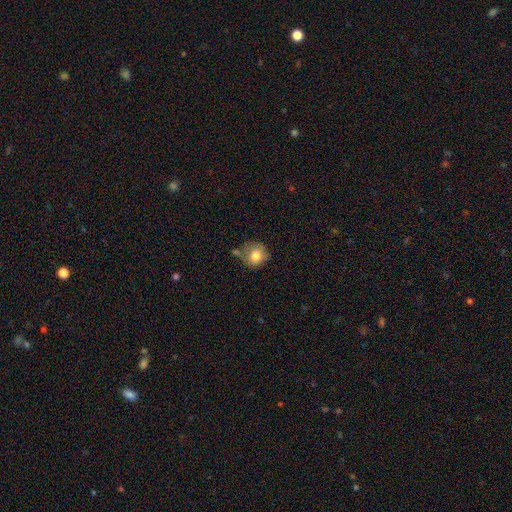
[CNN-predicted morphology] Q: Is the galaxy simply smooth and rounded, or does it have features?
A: smooth — 79%.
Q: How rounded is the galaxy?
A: round — 87%.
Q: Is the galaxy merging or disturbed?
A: none — 58%.